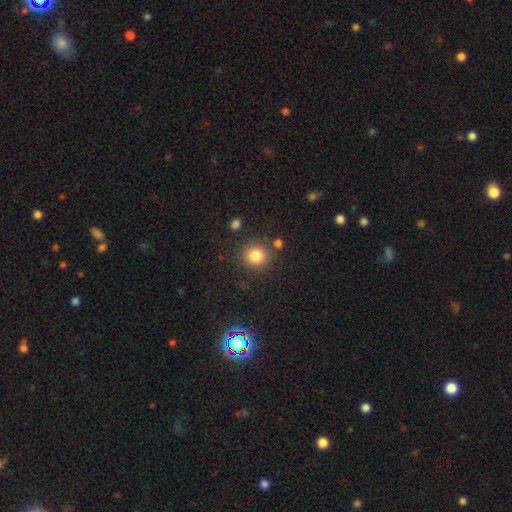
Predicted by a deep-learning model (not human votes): smooth-or-featured: smooth: 82% | star or artifact: 12% | featured or disk: 6%
  how-rounded: round: 88% | in between: 11% | cigar-shaped: 1%
  merging: none: 83% | minor disturbance: 8% | merger: 5% | major disturbance: 3%